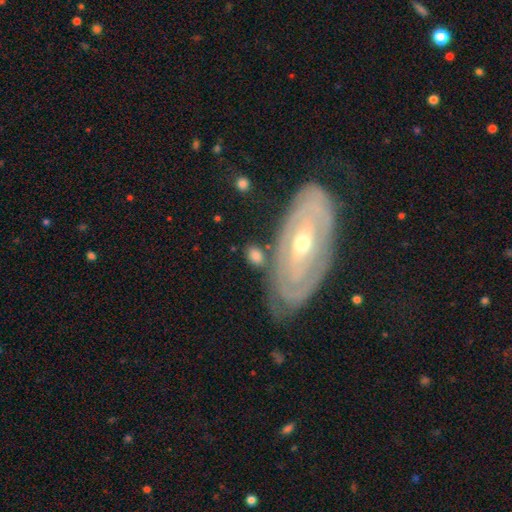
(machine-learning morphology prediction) Q: Smooth or featured?
A: smooth (66%); runner-up: featured or disk (27%)
Q: How rounded?
A: in between (76%); runner-up: round (20%)
Q: Merging?
A: none (67%); runner-up: minor disturbance (17%)